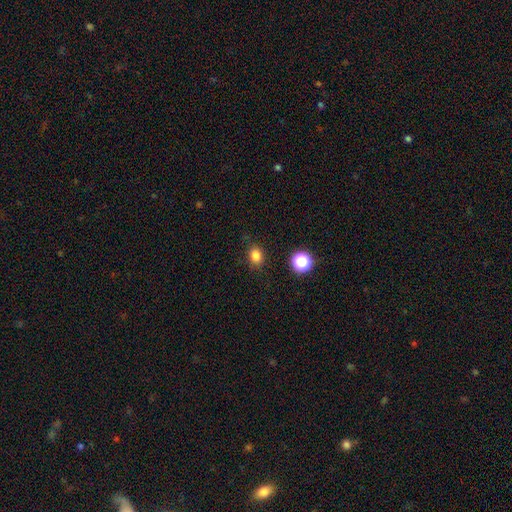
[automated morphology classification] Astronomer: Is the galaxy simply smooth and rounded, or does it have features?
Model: smooth — 82%.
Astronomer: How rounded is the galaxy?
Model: in between — 52% (runner-up: round, 47%).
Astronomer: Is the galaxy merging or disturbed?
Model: none — 85%.